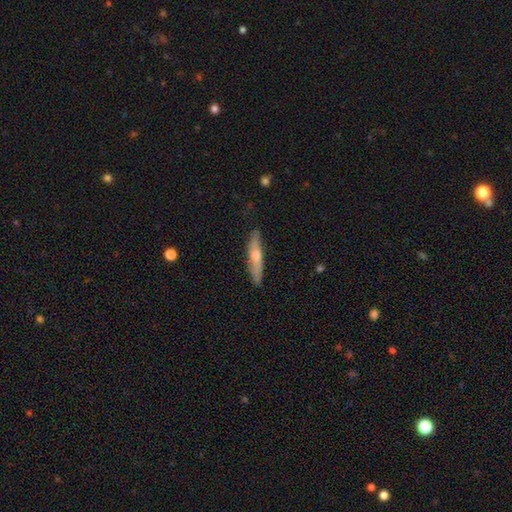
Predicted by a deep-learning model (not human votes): smooth 47% (tied), featured or disk 47% (tied), star or artifact 6%. Down the decision tree: merging — none (84%).